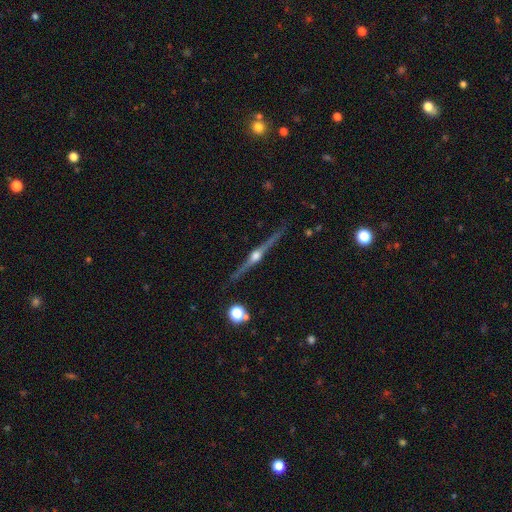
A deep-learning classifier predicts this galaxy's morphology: A featured or disk galaxy (87%) viewed edge-on (98%) with a rounded central bulge (94%).

Vote fractions:
- Smooth or featured? featured or disk: 87% / smooth: 7% / star or artifact: 6%
- Edge-on disk? yes: 98% / no: 2%
- Edge-on bulge? rounded: 94% / boxy: 4% / none: 2%
- Merging? none: 89% / minor disturbance: 8% / major disturbance: 2% / merger: 1%